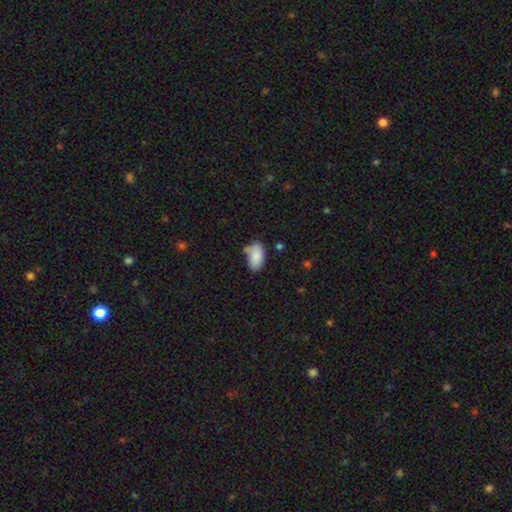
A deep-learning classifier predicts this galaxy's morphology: Smooth or featured? Predicted: smooth (p=0.86). How rounded? Predicted: in between (p=0.94). Merging? Predicted: none (p=0.56).